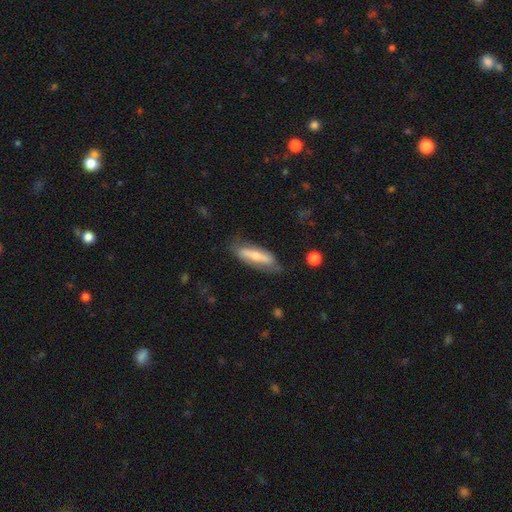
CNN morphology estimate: The model was most divided on "smooth or featured": smooth: 48%, featured or disk: 46%, star or artifact: 6%. More confident: merging — none (66%).